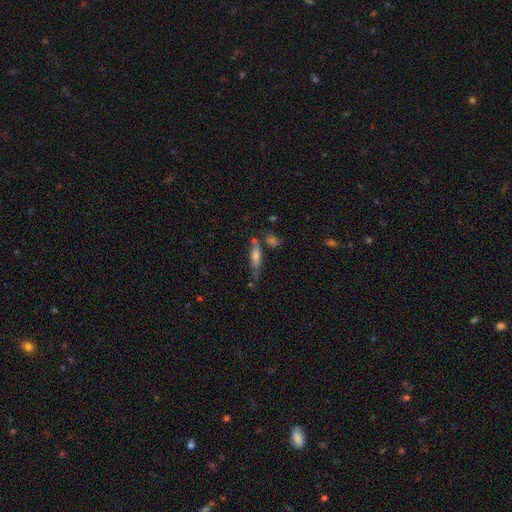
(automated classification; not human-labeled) Q: Smooth or featured?
A: smooth (50%); runner-up: featured or disk (40%)
Q: How rounded?
A: cigar-shaped (73%); runner-up: in between (25%)
Q: Merging?
A: none (61%); runner-up: minor disturbance (20%)